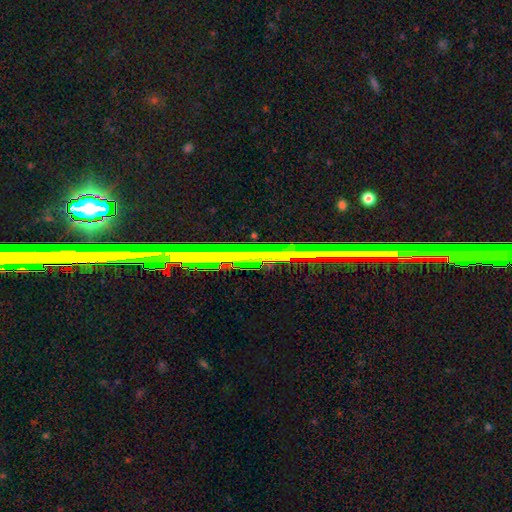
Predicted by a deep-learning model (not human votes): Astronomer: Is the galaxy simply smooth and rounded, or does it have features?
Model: star or artifact — 74%.